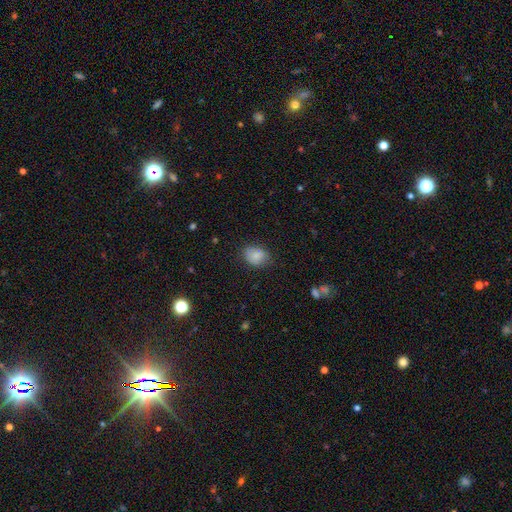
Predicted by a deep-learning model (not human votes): A smooth galaxy with no disk features (84%) that is in between round and cigar-shaped (65%). Merging: none (73%).